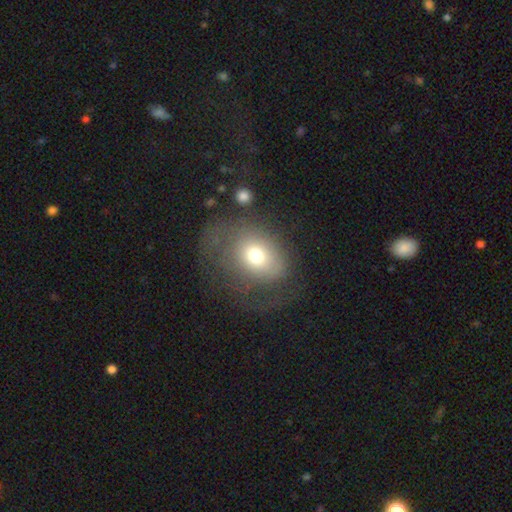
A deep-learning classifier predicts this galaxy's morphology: The model was most divided on "how rounded": round: 52%, in between: 47%, cigar-shaped: 1%. Remaining: smooth or featured — smooth (65%); merging — none (45%).